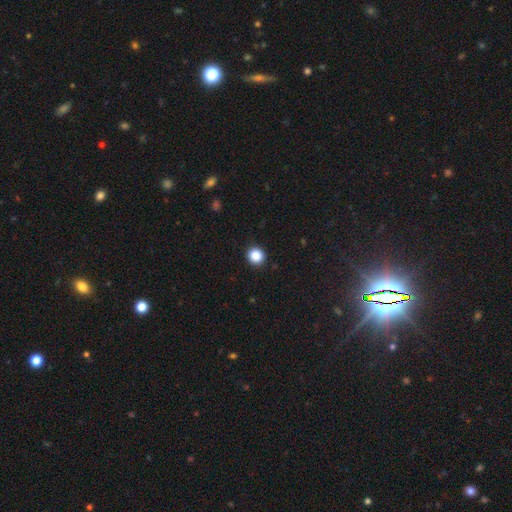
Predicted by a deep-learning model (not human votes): smooth_or_featured: smooth (p=0.87) [alt: star or artifact p=0.10]
how_rounded: round (p=0.91) [alt: in between p=0.08]
merging: none (p=0.92) [alt: minor disturbance p=0.05]